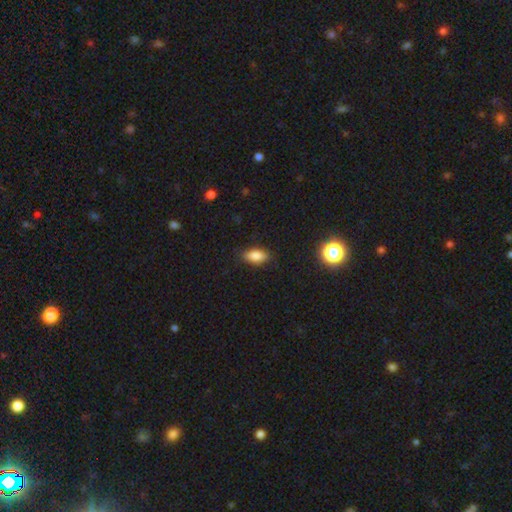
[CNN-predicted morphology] A smooth galaxy with no disk features (83%) that is in between round and cigar-shaped (86%).

Vote fractions:
- Smooth or featured? smooth: 83% / star or artifact: 10% / featured or disk: 7%
- How rounded? in between: 86% / cigar-shaped: 9% / round: 4%
- Merging? none: 85% / minor disturbance: 11% / major disturbance: 3% / merger: 1%